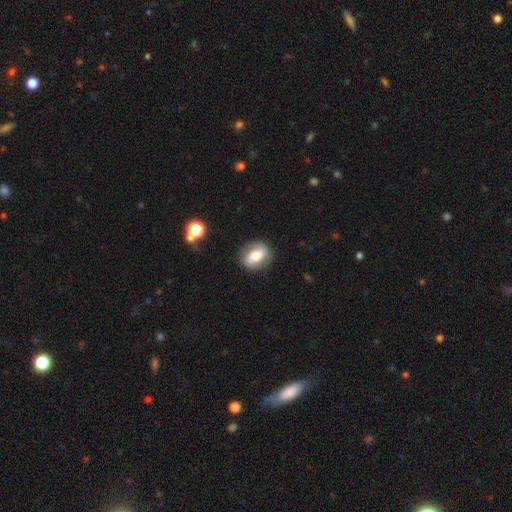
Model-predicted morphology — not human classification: smooth-or-featured: featured or disk: 47% | smooth: 46% | star or artifact: 8%
  merging: none: 84% | minor disturbance: 11% | major disturbance: 4% | merger: 1%